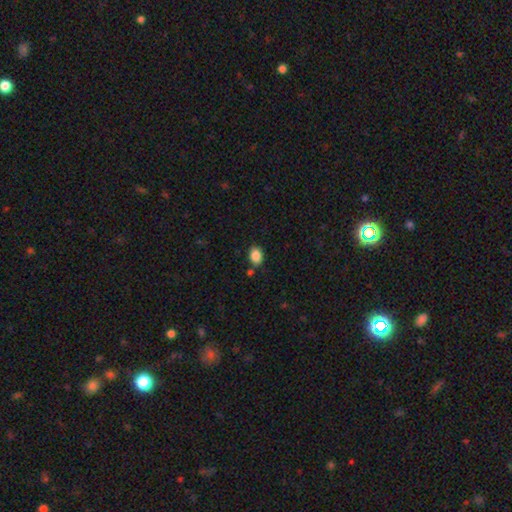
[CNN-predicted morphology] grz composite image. It shows a smooth galaxy with no disk features (87%) that is in between round and cigar-shaped (72%). Merging: none (79%).